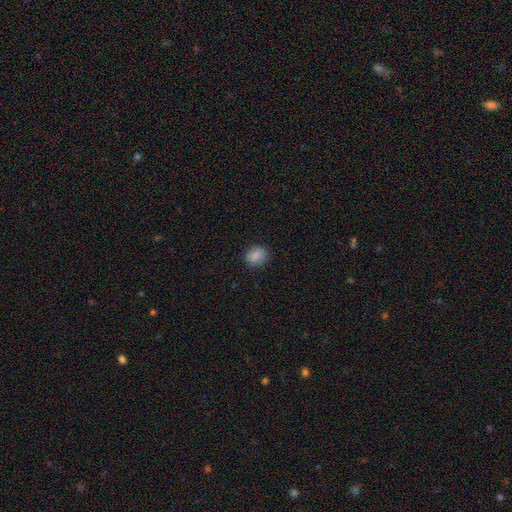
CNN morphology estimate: This appears to be a smooth galaxy with no disk features (86%) that is round (65%). Merging: none (85%).